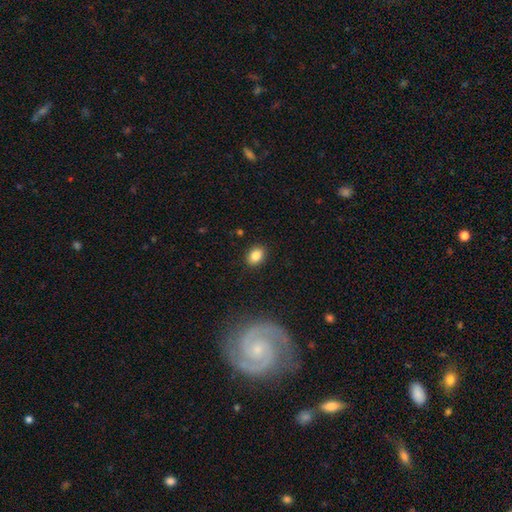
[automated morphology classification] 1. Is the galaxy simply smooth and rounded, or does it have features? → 84% smooth, 9% star or artifact, 6% featured or disk.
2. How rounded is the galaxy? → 70% in between, 29% round, 1% cigar-shaped.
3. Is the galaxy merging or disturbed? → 89% none, 8% minor disturbance, 2% major disturbance, 1% merger.